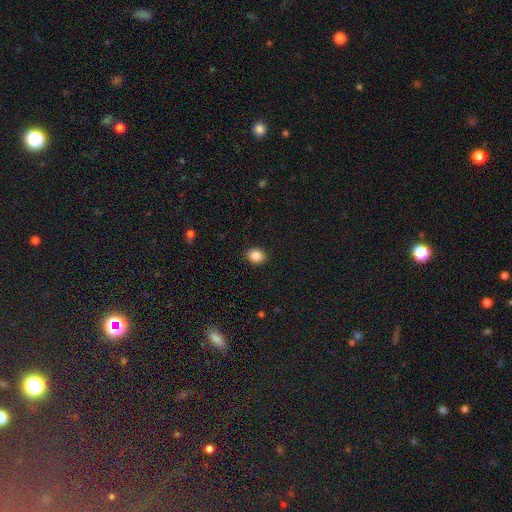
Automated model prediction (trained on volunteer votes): smooth_or_featured: smooth (p=0.86) [alt: star or artifact p=0.10]
how_rounded: round (p=0.60) [alt: in between p=0.39]
merging: none (p=0.91) [alt: minor disturbance p=0.07]